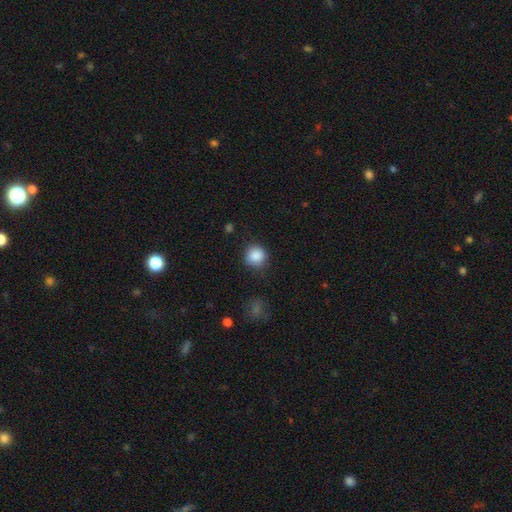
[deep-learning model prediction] Smooth or featured: smooth — 87% (star or artifact — 9%)
How rounded: round — 90% (in between — 9%)
Merging: none — 82% (minor disturbance — 12%)